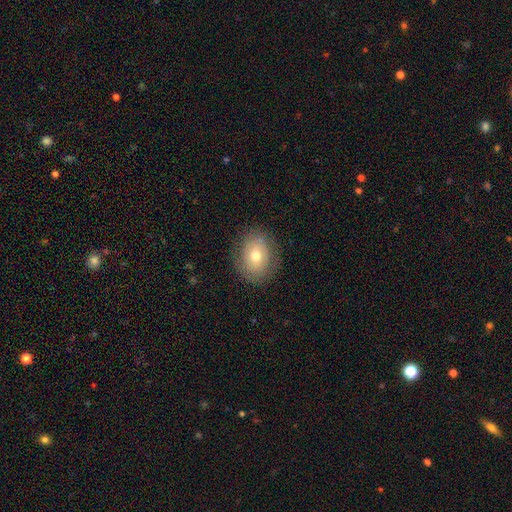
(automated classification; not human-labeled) This is likely a smooth galaxy (64%). How rounded: possibly in between (57%). Merging: clearly none (82%).